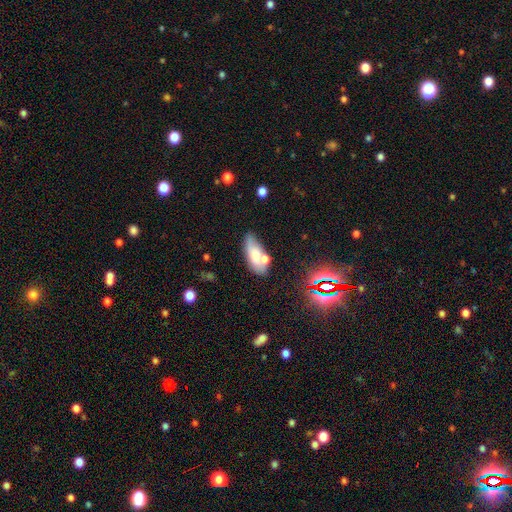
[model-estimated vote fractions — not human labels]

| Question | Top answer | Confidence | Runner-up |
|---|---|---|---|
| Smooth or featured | smooth | 64% | featured or disk (25%) |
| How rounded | in between | 83% | cigar-shaped (13%) |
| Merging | none | 44% | merger (26%) |